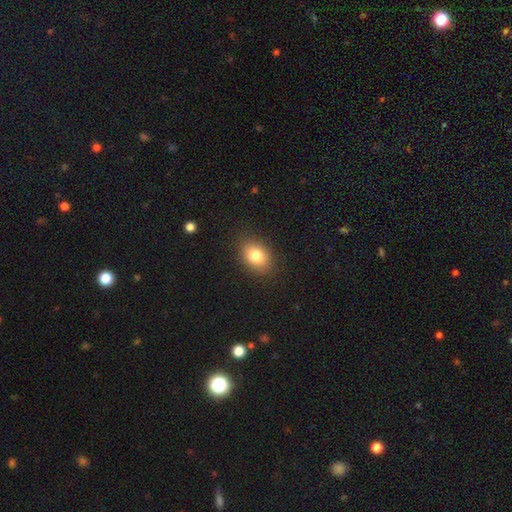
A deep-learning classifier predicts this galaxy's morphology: The model was most divided on "how rounded": in between: 75%, round: 23%, cigar-shaped: 1%. More confident: merging — none (87%); smooth or featured — smooth (82%).